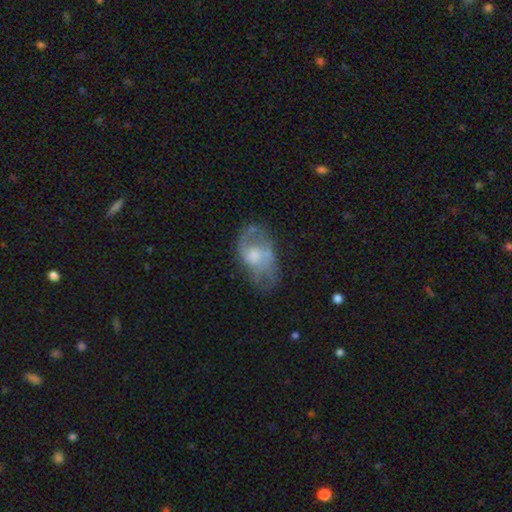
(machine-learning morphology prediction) smooth_or_featured: featured or disk (p=0.57) [alt: smooth p=0.36]
disk_edge_on: no (p=0.95) [alt: yes p=0.05]
bar: no (p=0.69) [alt: weak p=0.27]
has_spiral_arms: yes (p=0.61) [alt: no p=0.39]
bulge_size: moderate (p=0.46) [alt: small p=0.22]
merging: none (p=0.49) [alt: minor disturbance p=0.26]